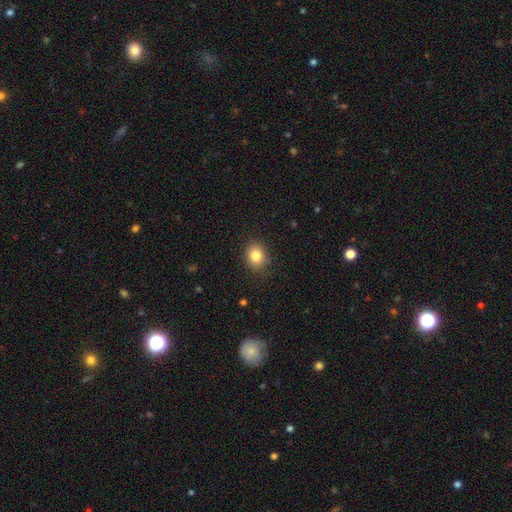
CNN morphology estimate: Smooth or featured?
  - smooth: 83% *
  - star or artifact: 10%
  - featured or disk: 7%
How rounded?
  - round: 64% *
  - in between: 35%
  - cigar-shaped: 1%
Merging?
  - none: 84% *
  - minor disturbance: 12%
  - major disturbance: 3%
  - merger: 1%